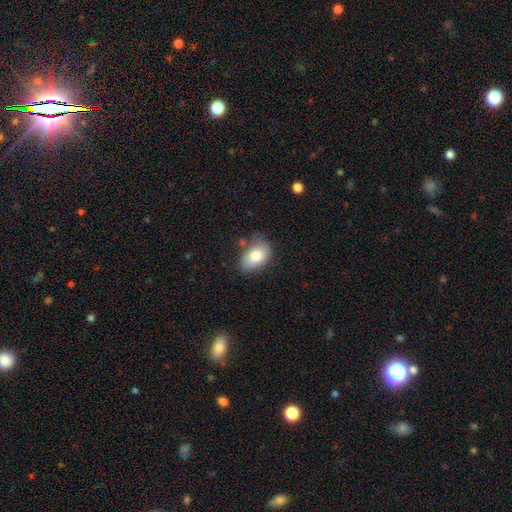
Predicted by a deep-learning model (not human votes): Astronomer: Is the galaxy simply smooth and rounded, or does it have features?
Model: smooth — 78%.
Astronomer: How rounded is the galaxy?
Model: in between — 87%.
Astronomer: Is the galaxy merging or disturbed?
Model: none — 64%.